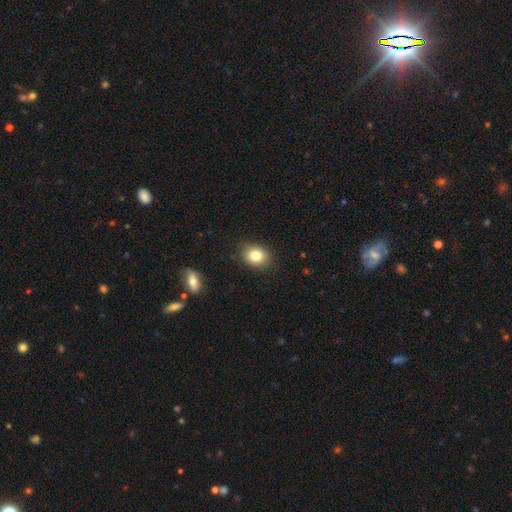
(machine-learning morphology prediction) The model was most divided on "how rounded": in between: 58%, round: 41%, cigar-shaped: 1%. More confident: merging — none (84%); smooth or featured — smooth (81%).